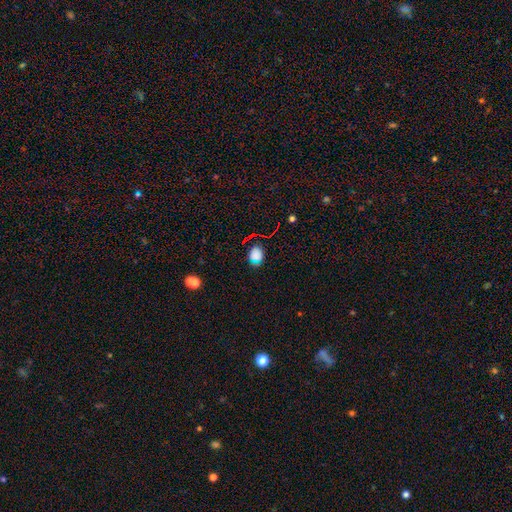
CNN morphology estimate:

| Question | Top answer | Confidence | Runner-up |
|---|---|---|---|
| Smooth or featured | smooth | 65% | star or artifact (27%) |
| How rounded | round | 55% | in between (43%) |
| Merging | none | 77% | minor disturbance (14%) |